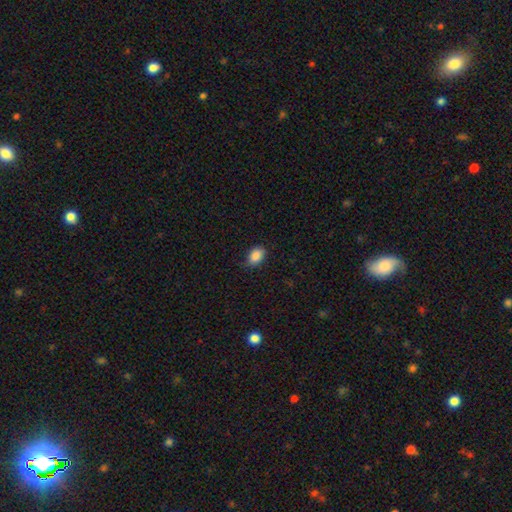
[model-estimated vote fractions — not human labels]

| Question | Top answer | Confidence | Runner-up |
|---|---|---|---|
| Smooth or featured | smooth | 88% | star or artifact (8%) |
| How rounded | in between | 84% | round (15%) |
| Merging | none | 81% | minor disturbance (16%) |